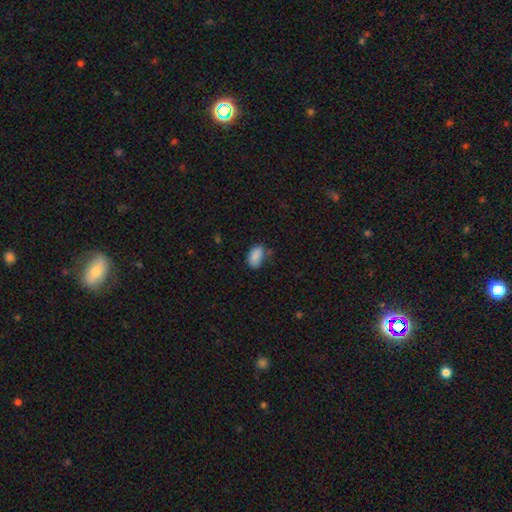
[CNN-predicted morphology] Smooth or featured?
  - smooth: 87% *
  - star or artifact: 8%
  - featured or disk: 5%
How rounded?
  - in between: 92% *
  - round: 6%
  - cigar-shaped: 2%
Merging?
  - none: 63% *
  - minor disturbance: 26%
  - major disturbance: 6%
  - merger: 4%